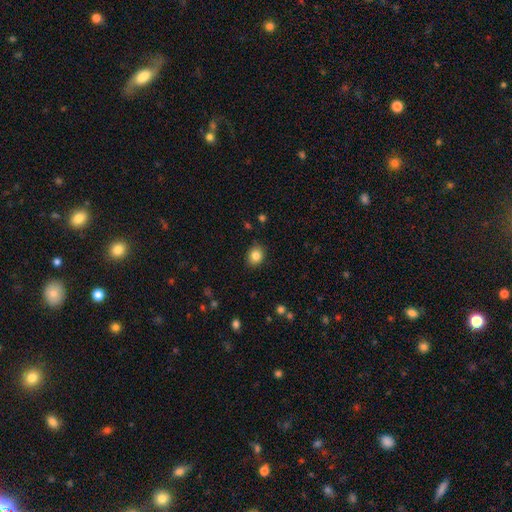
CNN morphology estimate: smooth_or_featured: smooth (p=0.84) [alt: star or artifact p=0.10]
how_rounded: round (p=0.62) [alt: in between p=0.37]
merging: none (p=0.87) [alt: minor disturbance p=0.09]